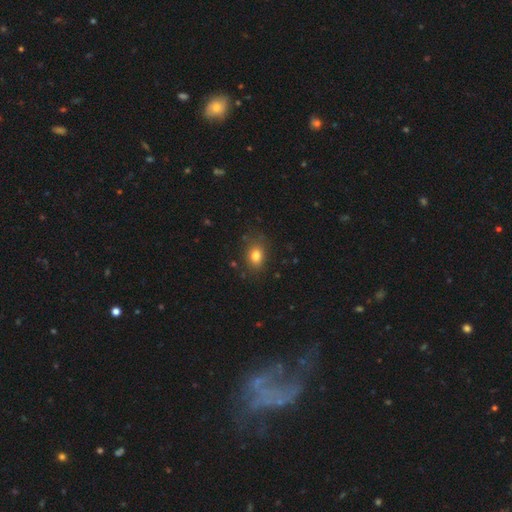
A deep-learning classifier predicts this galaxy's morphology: Smooth or featured? Predicted: smooth (p=0.81). How rounded? Predicted: in between (p=0.64). Merging? Predicted: none (p=0.80).